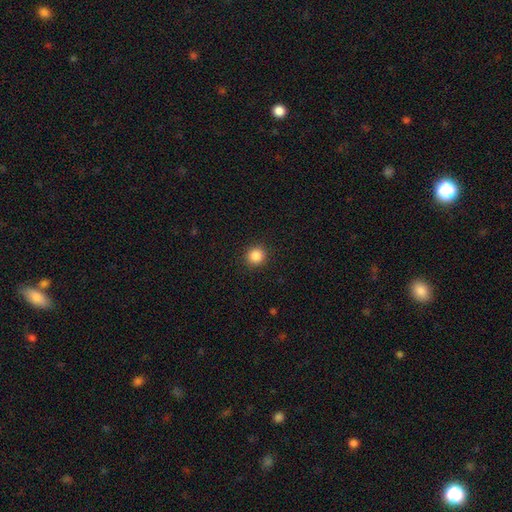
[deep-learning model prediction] Morphology: type=smooth (86%); roundness=round (93%); merging=none (91%).